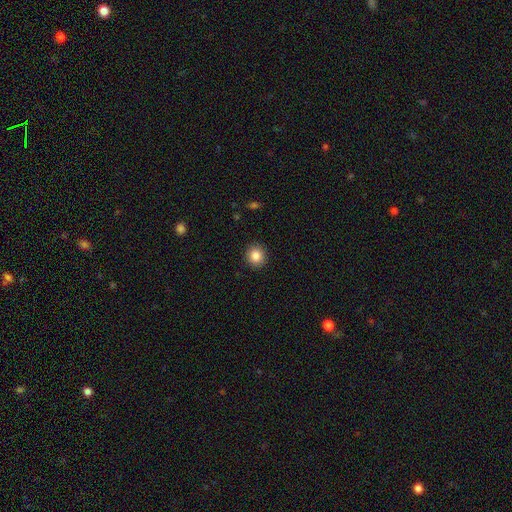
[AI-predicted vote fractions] A smooth galaxy with no disk features (86%) that is round (86%).

Vote fractions:
- Smooth or featured? smooth: 86% / star or artifact: 9% / featured or disk: 5%
- How rounded? round: 86% / in between: 13% / cigar-shaped: 1%
- Merging? none: 91% / minor disturbance: 6% / major disturbance: 2% / merger: 1%